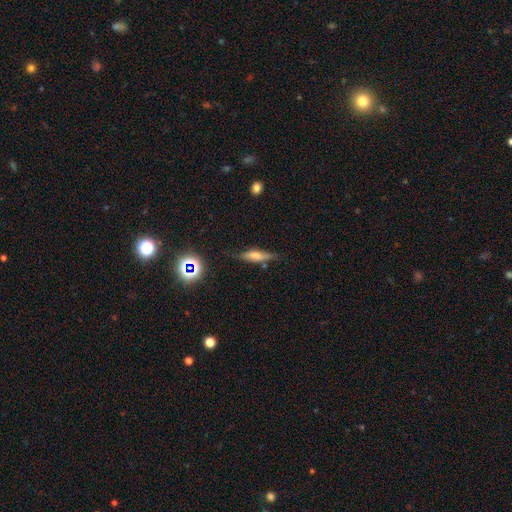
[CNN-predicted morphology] Smooth or featured? smooth (48%)
Merging? none (73%)